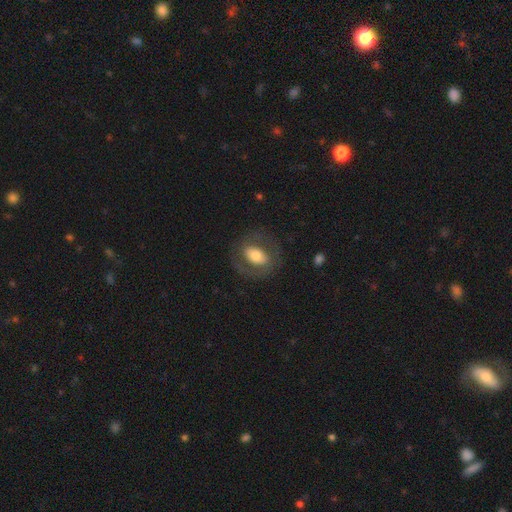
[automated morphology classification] type=smooth (51%); roundness=in between (69%); merging=none (75%).